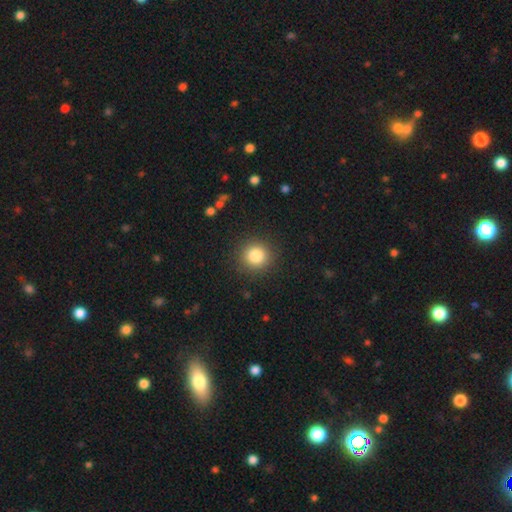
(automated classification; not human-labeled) smooth 84%, star or artifact 10%, featured or disk 6%. Down the decision tree: how rounded — round (92%); merging — none (90%).